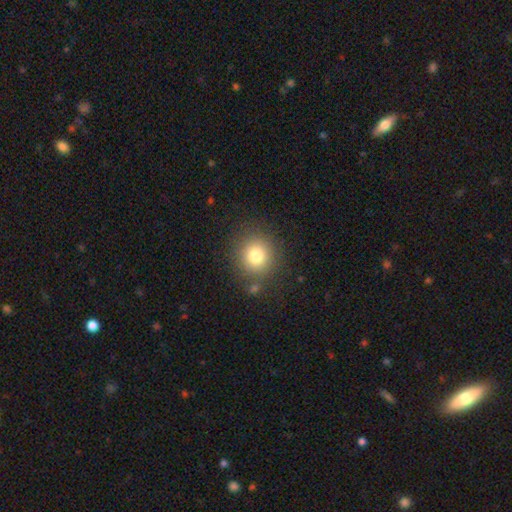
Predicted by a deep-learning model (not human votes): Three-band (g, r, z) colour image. It shows a smooth galaxy with no disk features (79%) that is round (91%). Merging: none (83%).